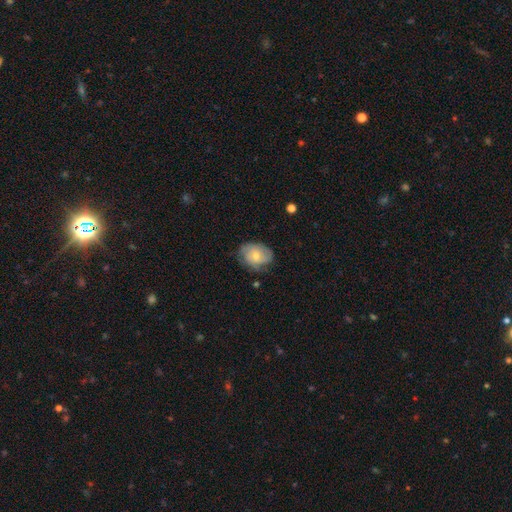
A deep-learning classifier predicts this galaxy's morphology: A smooth galaxy with no disk features (52%) that is in between round and cigar-shaped (60%).

Vote fractions:
- Smooth or featured? smooth: 52% / featured or disk: 41% / star or artifact: 7%
- How rounded? in between: 60% / round: 39% / cigar-shaped: 1%
- Merging? none: 64% / minor disturbance: 27% / major disturbance: 8% / merger: 1%